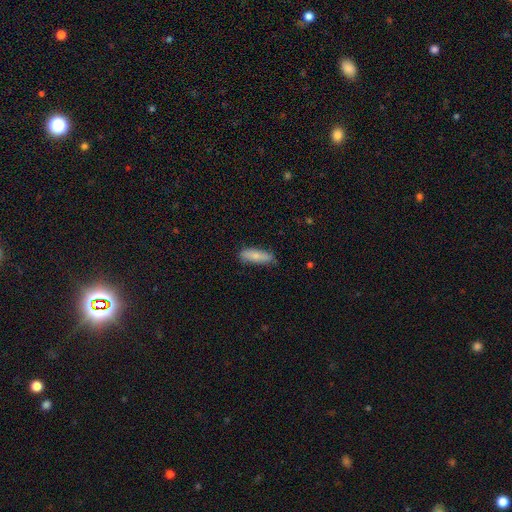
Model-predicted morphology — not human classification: type=smooth (77%); roundness=in between (53%); merging=none (77%).